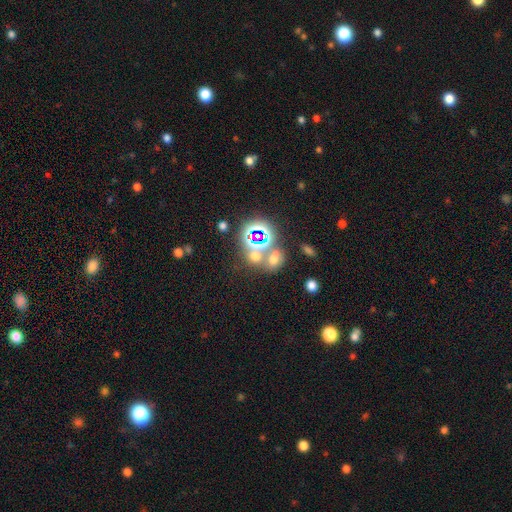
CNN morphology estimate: Smooth or featured: smooth — 46% (star or artifact — 41%)
Merging: none — 48% (merger — 38%)